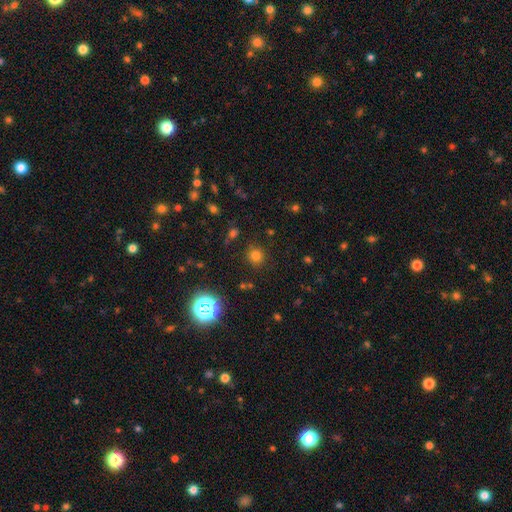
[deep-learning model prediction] This appears to be a smooth galaxy with no disk features (71%) that is round (90%). Merging: none (86%).